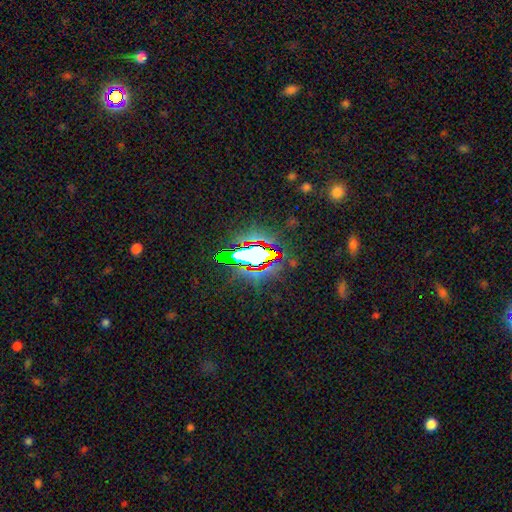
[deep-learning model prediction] Overall: star or artifact (65%).